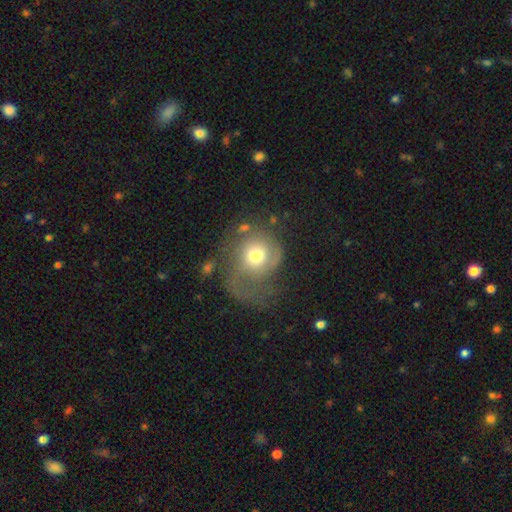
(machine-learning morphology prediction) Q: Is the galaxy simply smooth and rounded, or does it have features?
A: smooth — 46%.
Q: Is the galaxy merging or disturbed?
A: major disturbance — 43%.